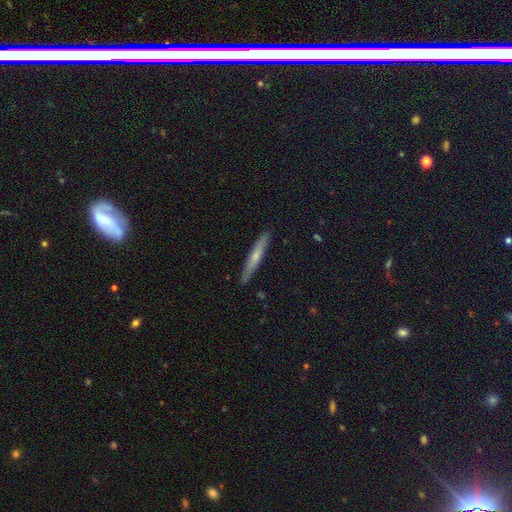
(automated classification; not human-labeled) smooth-or-featured: smooth: 54% | featured or disk: 40% | star or artifact: 6%
  how-rounded: cigar-shaped: 95% | in between: 4% | round: 1%
  merging: none: 88% | minor disturbance: 9% | major disturbance: 2% | merger: 1%